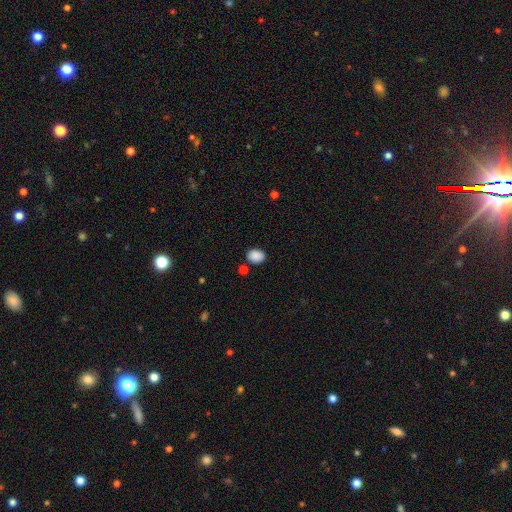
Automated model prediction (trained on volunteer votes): Morphology: type=smooth (88%); roundness=in between (67%); merging=none (81%).